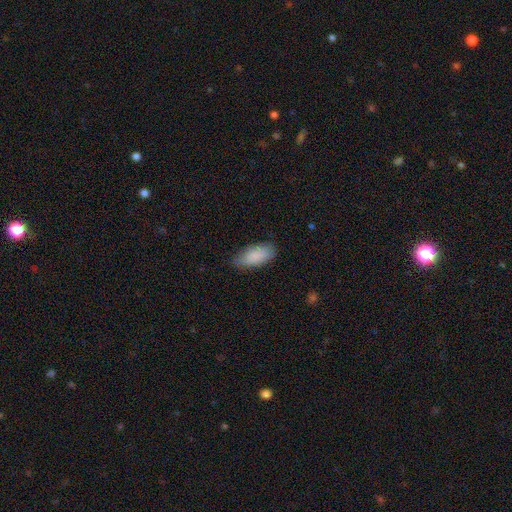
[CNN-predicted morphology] smooth_or_featured: smooth (p=0.86) [alt: featured or disk p=0.08]
how_rounded: in between (p=0.91) [alt: cigar-shaped p=0.07]
merging: none (p=0.73) [alt: minor disturbance p=0.22]